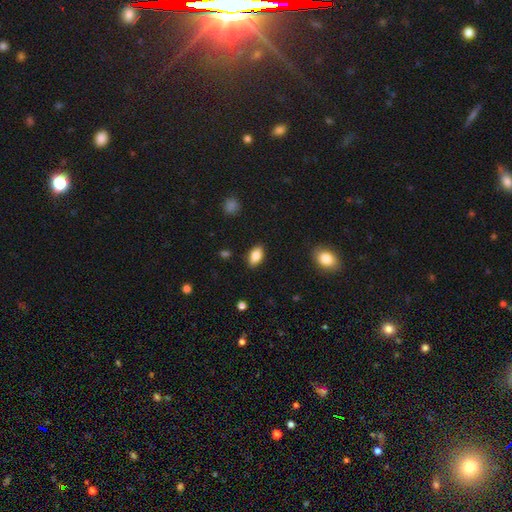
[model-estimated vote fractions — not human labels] smooth-or-featured: smooth: 81% | featured or disk: 11% | star or artifact: 8%
  how-rounded: in between: 90% | round: 5% | cigar-shaped: 5%
  merging: none: 87% | minor disturbance: 10% | major disturbance: 2% | merger: 1%